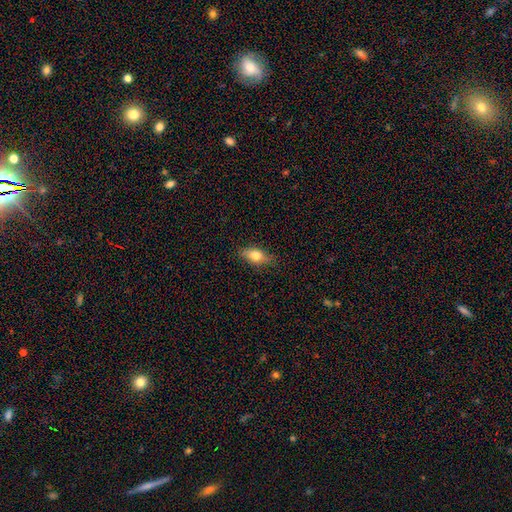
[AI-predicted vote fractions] Smooth or featured?
  - smooth: 70% *
  - featured or disk: 22%
  - star or artifact: 8%
How rounded?
  - in between: 78% *
  - cigar-shaped: 16%
  - round: 6%
Merging?
  - none: 83% *
  - minor disturbance: 13%
  - major disturbance: 3%
  - merger: 1%